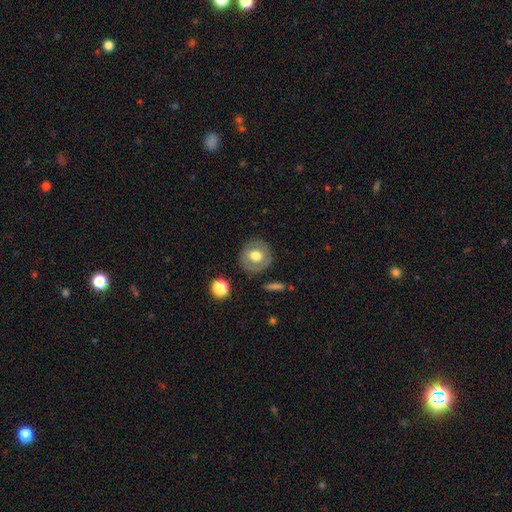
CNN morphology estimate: Smooth or featured: smooth — 58% (featured or disk — 34%)
How rounded: round — 90% (in between — 9%)
Merging: none — 84% (minor disturbance — 11%)